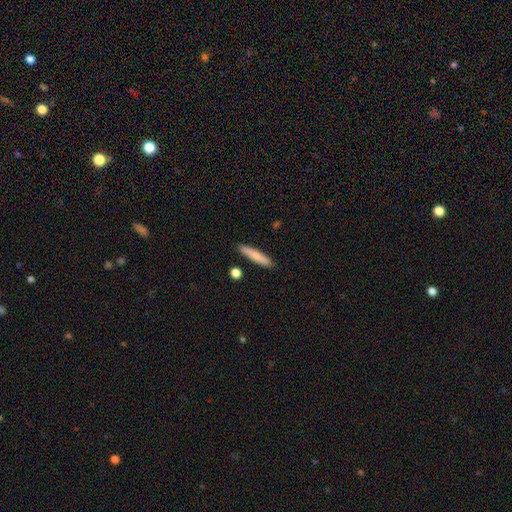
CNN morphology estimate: smooth_or_featured: smooth (p=0.75) [alt: featured or disk p=0.19]
how_rounded: cigar-shaped (p=0.88) [alt: in between p=0.10]
merging: none (p=0.87) [alt: minor disturbance p=0.08]